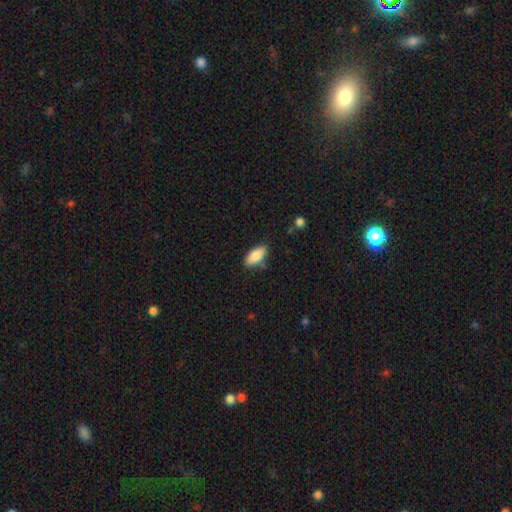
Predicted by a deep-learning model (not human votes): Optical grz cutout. It shows a smooth galaxy with no disk features (84%) that is in between round and cigar-shaped (86%). Merging: none (82%).